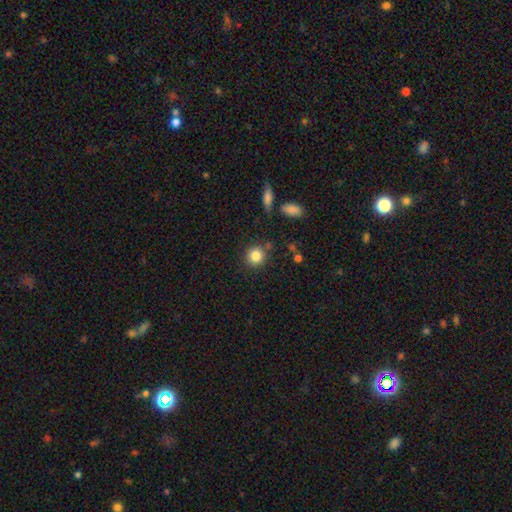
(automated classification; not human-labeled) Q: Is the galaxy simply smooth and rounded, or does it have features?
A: smooth — 84%.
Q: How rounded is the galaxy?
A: round — 89%.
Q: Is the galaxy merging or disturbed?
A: none — 84%.